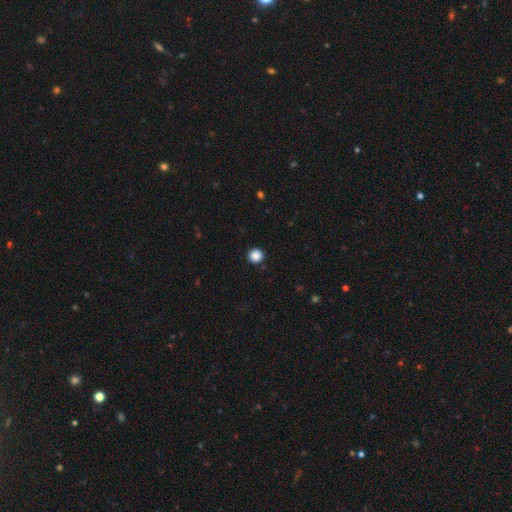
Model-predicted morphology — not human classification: smooth 87%, star or artifact 10%, featured or disk 3%. Down the decision tree: how rounded — round (95%); merging — none (93%).